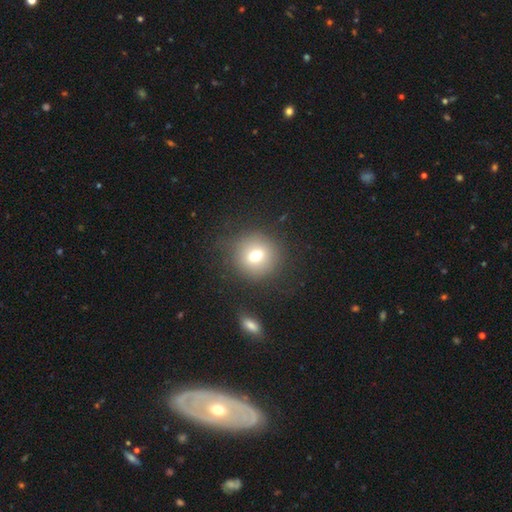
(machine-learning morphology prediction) Smooth or featured? Predicted: smooth (p=0.70). How rounded? Predicted: round (p=0.89). Merging? Predicted: none (p=0.82).